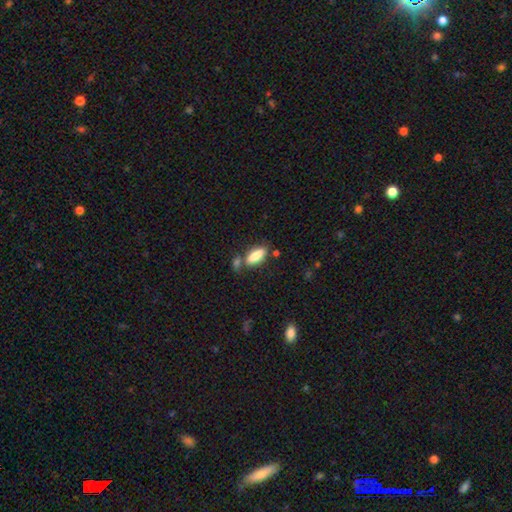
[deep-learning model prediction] Overall: smooth (84%). How rounded: in between (71%). Merging: none (60%).